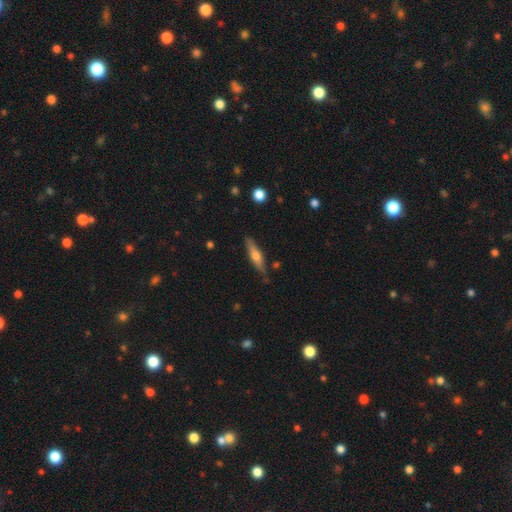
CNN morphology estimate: A featured or disk galaxy (52%) viewed edge-on (92%). Merging: none (83%).